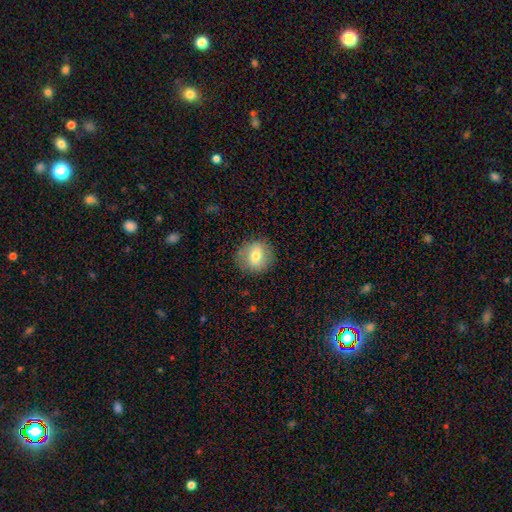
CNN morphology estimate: Overall: smooth (69%). How rounded: round (85%). Merging: none (85%).